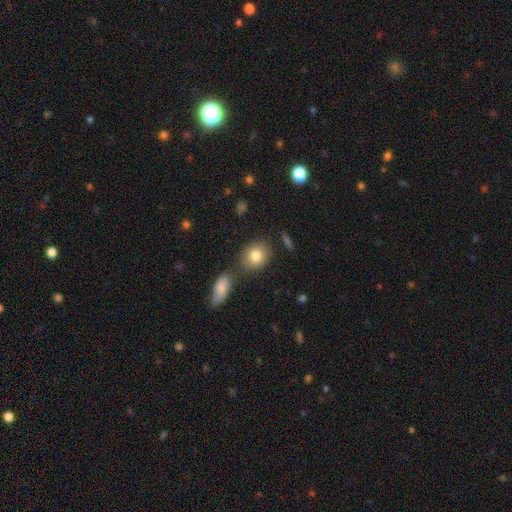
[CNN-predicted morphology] A smooth galaxy with no disk features (82%) that is round (59%). Merging: none (70%).